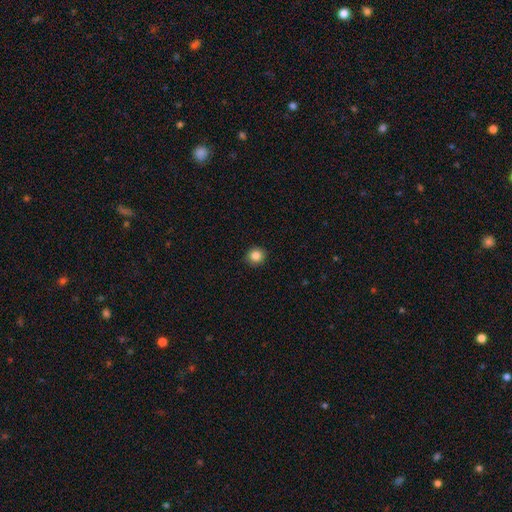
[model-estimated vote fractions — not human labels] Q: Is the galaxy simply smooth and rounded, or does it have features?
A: smooth — 85%.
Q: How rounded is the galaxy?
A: round — 92%.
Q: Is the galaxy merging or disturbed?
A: none — 91%.